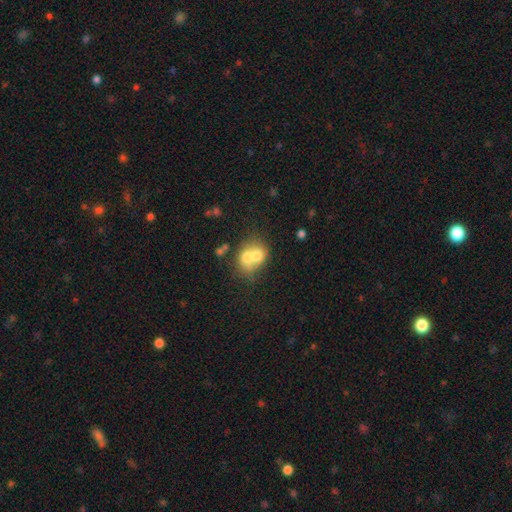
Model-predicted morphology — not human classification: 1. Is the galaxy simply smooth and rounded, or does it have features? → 64% smooth, 26% featured or disk, 10% star or artifact.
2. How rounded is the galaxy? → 59% round, 40% in between, 1% cigar-shaped.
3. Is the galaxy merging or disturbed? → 70% merger, 19% none, 7% minor disturbance, 4% major disturbance.